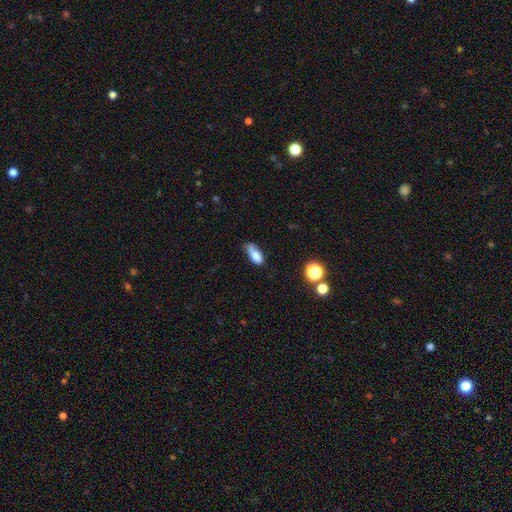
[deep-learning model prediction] Smooth or featured? Predicted: smooth (p=0.76). How rounded? Predicted: in between (p=0.79). Merging? Predicted: minor disturbance (p=0.37).